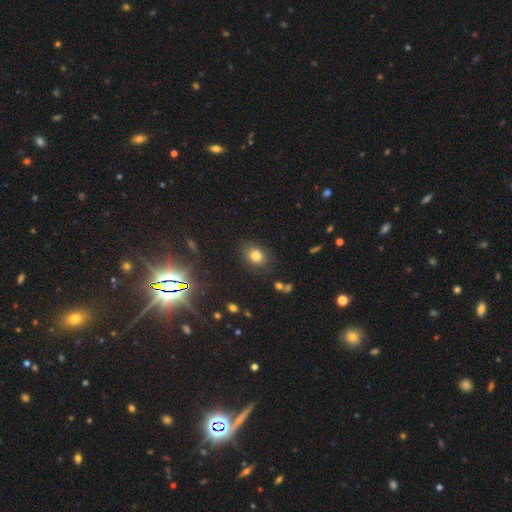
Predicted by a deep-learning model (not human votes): A smooth galaxy with no disk features (79%) that is round (50%). Merging: none (80%).